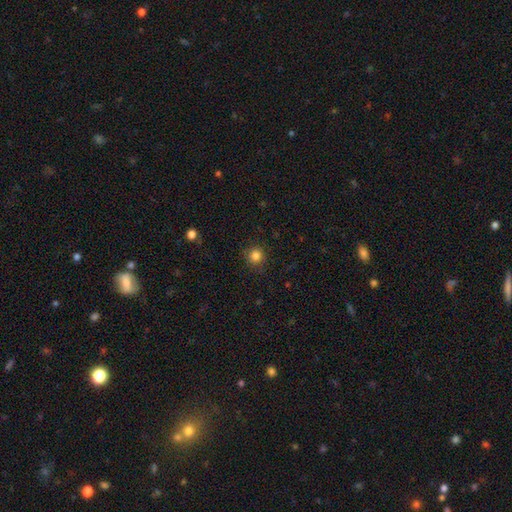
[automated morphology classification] smooth 83%, star or artifact 13%, featured or disk 4%. Down the decision tree: how rounded — round (94%); merging — none (88%).